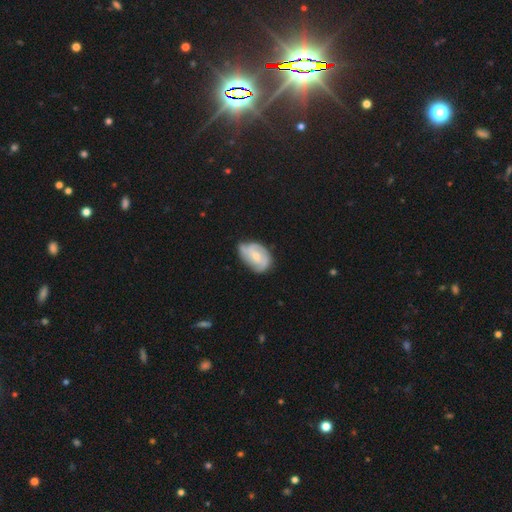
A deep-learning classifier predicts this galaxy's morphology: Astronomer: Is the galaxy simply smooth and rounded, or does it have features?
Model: featured or disk — 65%.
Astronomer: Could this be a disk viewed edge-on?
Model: no — 97%.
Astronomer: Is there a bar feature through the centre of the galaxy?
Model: no — 55% (runner-up: weak, 36%).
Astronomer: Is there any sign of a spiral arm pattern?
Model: yes — 88%.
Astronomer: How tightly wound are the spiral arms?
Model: tight — 43% (runner-up: medium, 41%).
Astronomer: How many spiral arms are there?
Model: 2 — 36% (runner-up: 3, 27%).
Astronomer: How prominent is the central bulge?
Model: small — 62%.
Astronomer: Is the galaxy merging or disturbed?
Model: none — 55% (runner-up: minor disturbance, 34%).